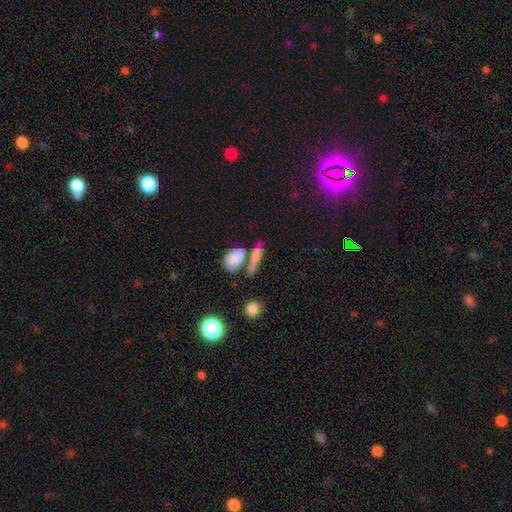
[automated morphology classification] Smooth or featured: smooth — 74% (featured or disk — 15%)
How rounded: in between — 52% (cigar-shaped — 36%)
Merging: none — 46% (merger — 34%)